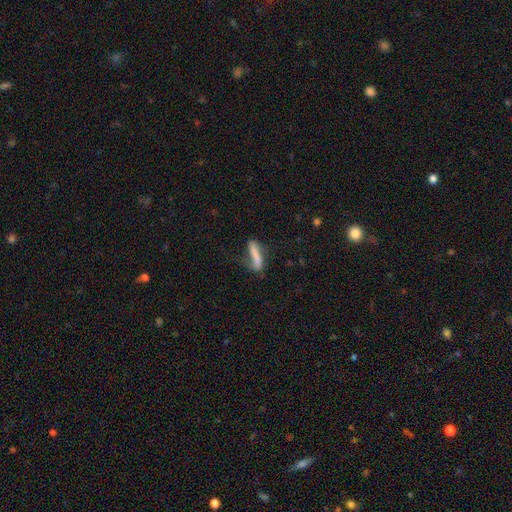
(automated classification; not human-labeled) Morphology: type=smooth (67%); roundness=cigar-shaped (79%); merging=none (45%).